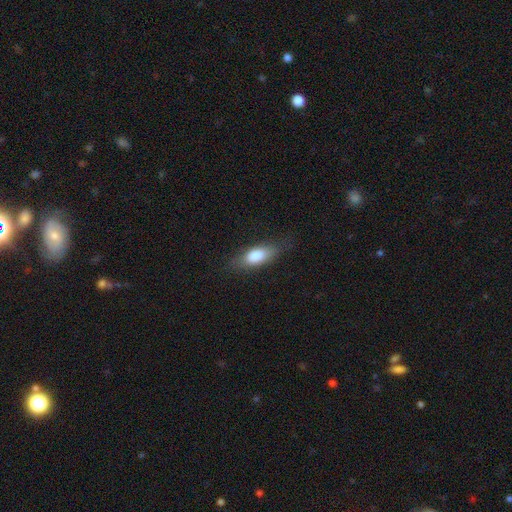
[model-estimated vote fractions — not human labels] A smooth galaxy with no disk features (78%) that is in between round and cigar-shaped (73%).

Vote fractions:
- Smooth or featured? smooth: 78% / featured or disk: 16% / star or artifact: 7%
- How rounded? in between: 73% / cigar-shaped: 24% / round: 3%
- Merging? none: 74% / minor disturbance: 19% / major disturbance: 6% / merger: 1%